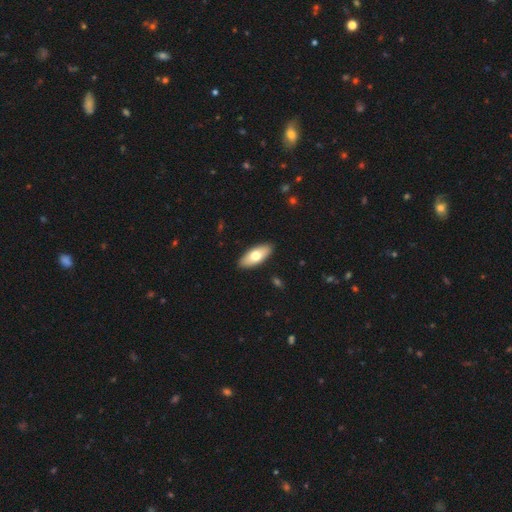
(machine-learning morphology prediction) Smooth or featured? Predicted: smooth (p=0.70). How rounded? Predicted: in between (p=0.83). Merging? Predicted: none (p=0.90).